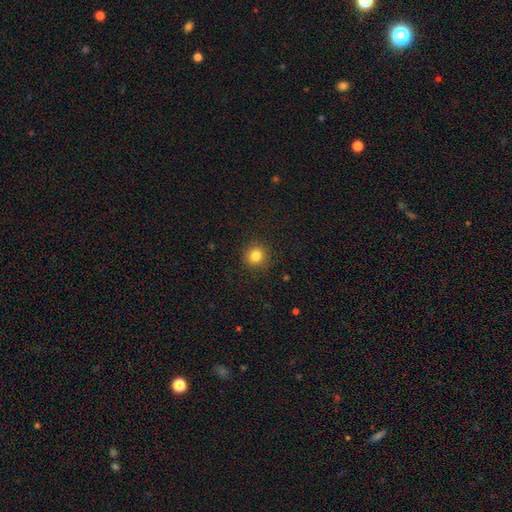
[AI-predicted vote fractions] Smooth or featured? smooth (83%)
How rounded? round (90%)
Merging? none (90%)